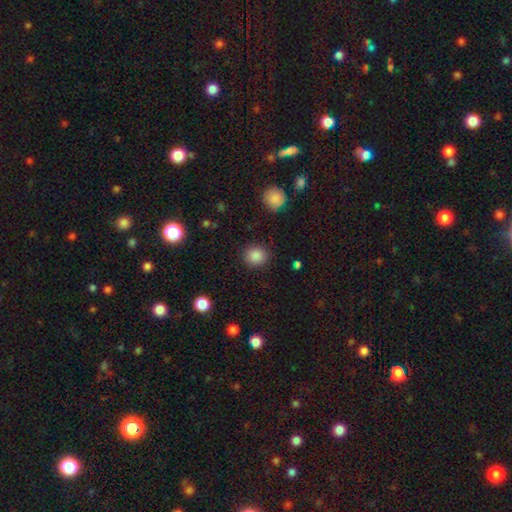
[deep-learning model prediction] smooth-or-featured: smooth: 86% | star or artifact: 10% | featured or disk: 4%
  how-rounded: round: 88% | in between: 11% | cigar-shaped: 1%
  merging: none: 88% | minor disturbance: 7% | major disturbance: 3% | merger: 1%